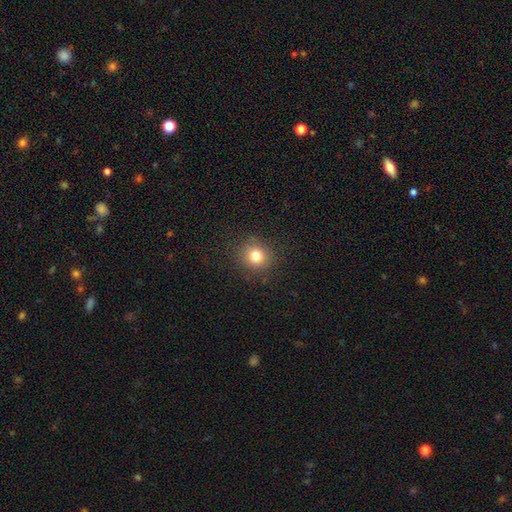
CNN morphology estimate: type=smooth (79%); roundness=round (88%); merging=none (87%).